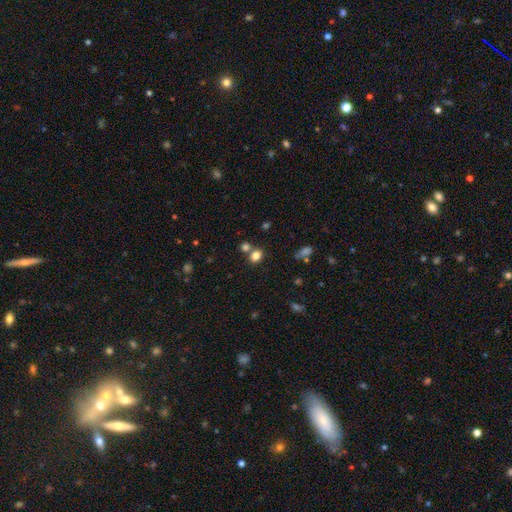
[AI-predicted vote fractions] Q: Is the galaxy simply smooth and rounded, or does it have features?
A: smooth — 80%.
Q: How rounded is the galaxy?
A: in between — 50%.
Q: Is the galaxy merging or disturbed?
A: none — 62%.